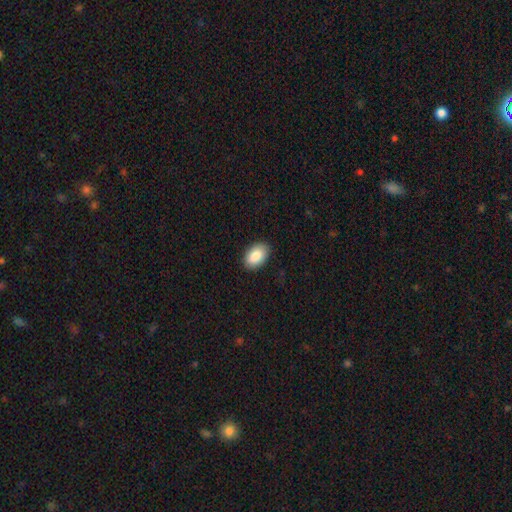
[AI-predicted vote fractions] smooth-or-featured: smooth: 87% | featured or disk: 7% | star or artifact: 6%
  how-rounded: in between: 93% | round: 6% | cigar-shaped: 1%
  merging: none: 89% | minor disturbance: 8% | major disturbance: 2% | merger: 1%